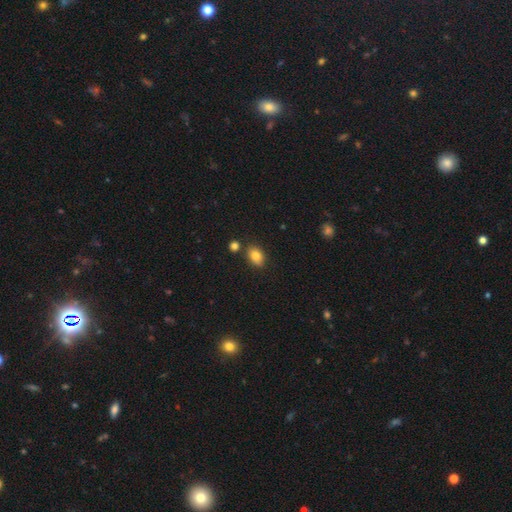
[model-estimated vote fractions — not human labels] Smooth or featured? Predicted: smooth (p=0.83). How rounded? Predicted: in between (p=0.78). Merging? Predicted: none (p=0.78).